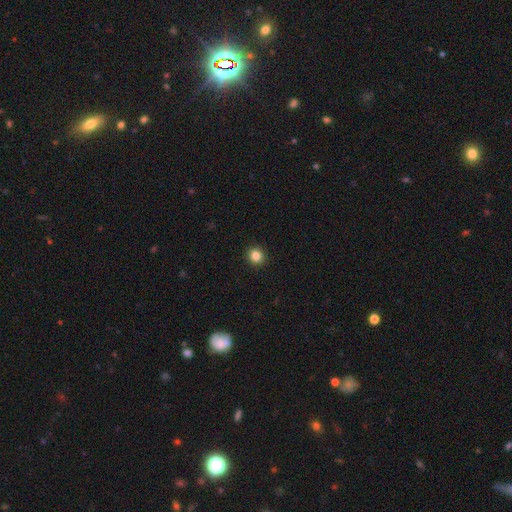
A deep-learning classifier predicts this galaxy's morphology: Smooth or featured: smooth — 83% (star or artifact — 12%)
How rounded: round — 90% (in between — 9%)
Merging: none — 93% (minor disturbance — 5%)